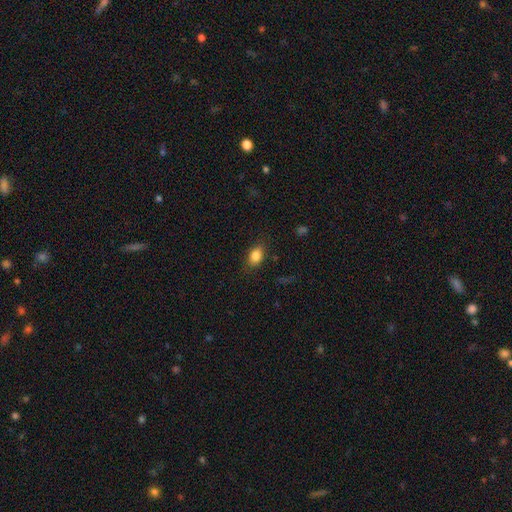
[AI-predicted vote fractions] The model was most divided on "how rounded": in between: 81%, round: 17%, cigar-shaped: 3%. More confident: smooth or featured — smooth (84%); merging — none (82%).